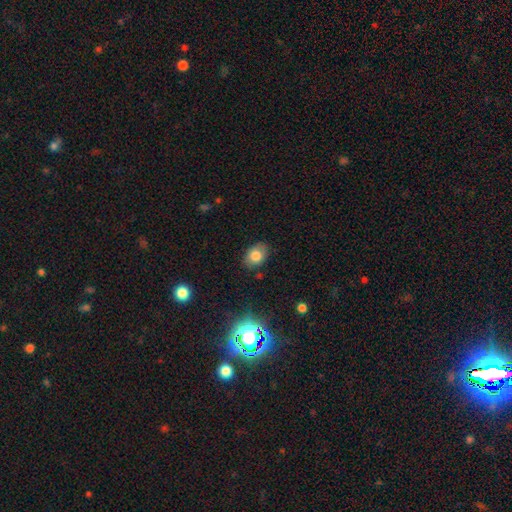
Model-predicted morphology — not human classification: A smooth galaxy with no disk features (78%) that is in between round and cigar-shaped (75%). Merging: none (81%).